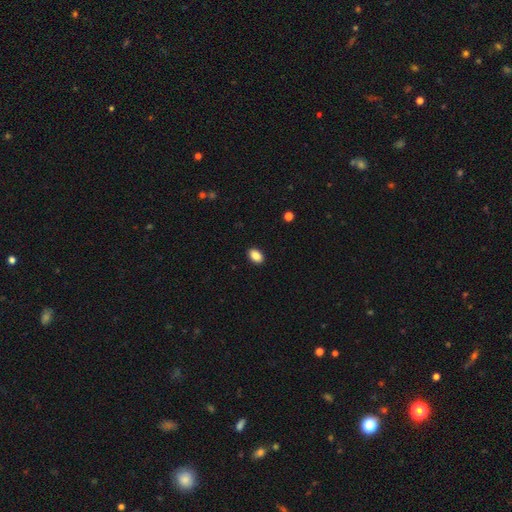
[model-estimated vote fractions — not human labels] Q: Smooth or featured?
A: smooth (87%); runner-up: star or artifact (8%)
Q: How rounded?
A: in between (88%); runner-up: round (11%)
Q: Merging?
A: none (91%); runner-up: minor disturbance (7%)